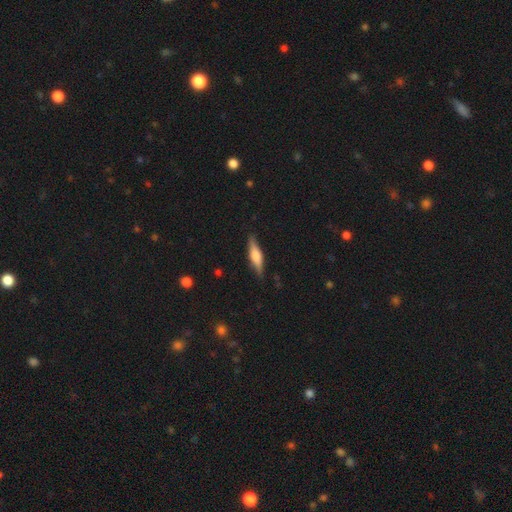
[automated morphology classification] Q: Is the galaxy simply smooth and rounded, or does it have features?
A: featured or disk — 48%.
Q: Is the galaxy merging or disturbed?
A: none — 85%.